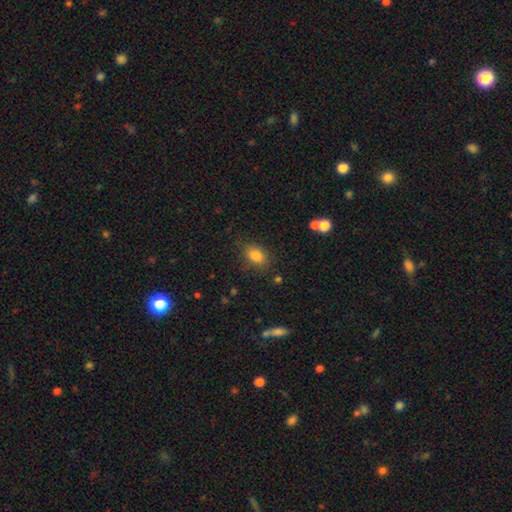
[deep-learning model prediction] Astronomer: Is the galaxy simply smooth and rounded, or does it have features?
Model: smooth — 82%.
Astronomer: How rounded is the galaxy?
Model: in between — 79%.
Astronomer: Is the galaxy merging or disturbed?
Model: none — 81%.